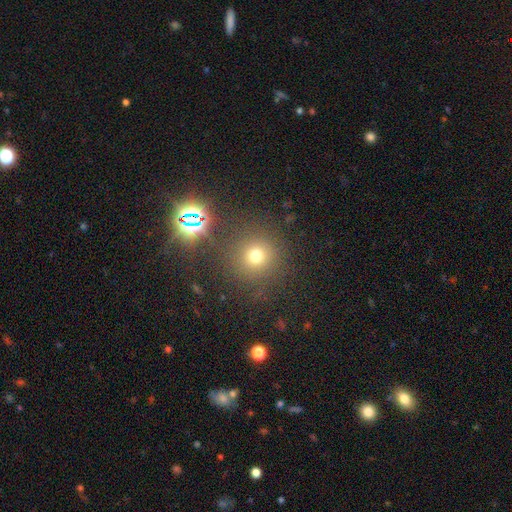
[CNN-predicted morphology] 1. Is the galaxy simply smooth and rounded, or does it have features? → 68% smooth, 23% star or artifact, 8% featured or disk.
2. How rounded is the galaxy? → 93% round, 6% in between, 1% cigar-shaped.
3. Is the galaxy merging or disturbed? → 83% none, 8% minor disturbance, 5% major disturbance, 4% merger.